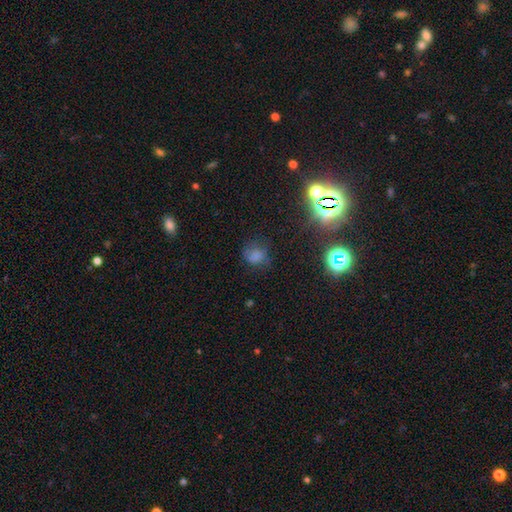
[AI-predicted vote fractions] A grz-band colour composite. It shows a smooth galaxy with no disk features (66%) that is round (60%). Merging: none (56%).